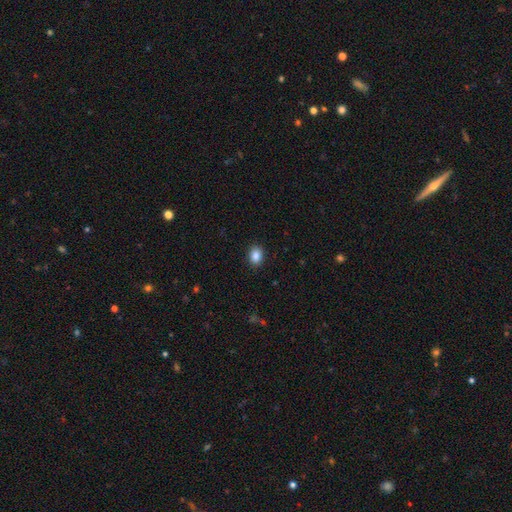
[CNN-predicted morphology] This is clearly a smooth galaxy (87%). How rounded: likely in between (64%). Merging: clearly none (90%).